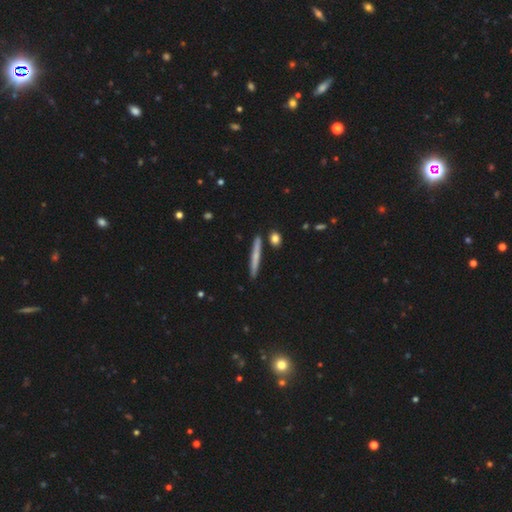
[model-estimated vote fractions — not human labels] smooth_or_featured: smooth (p=0.60) [alt: featured or disk p=0.34]
how_rounded: cigar-shaped (p=0.96) [alt: in between p=0.03]
merging: none (p=0.88) [alt: minor disturbance p=0.07]